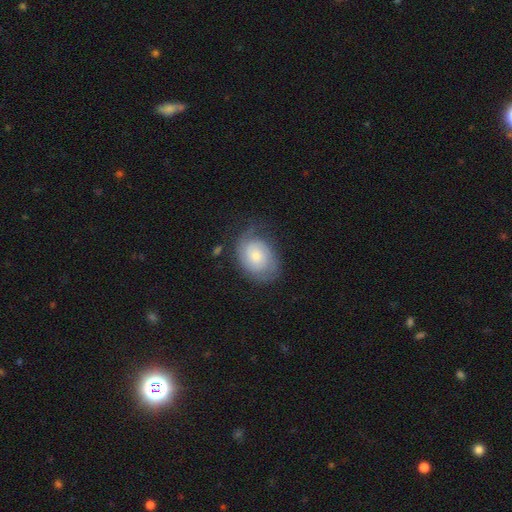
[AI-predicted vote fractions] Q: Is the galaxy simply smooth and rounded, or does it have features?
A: featured or disk — 57%.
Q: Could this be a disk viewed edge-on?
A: no — 97%.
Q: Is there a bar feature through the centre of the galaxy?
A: no — 77%.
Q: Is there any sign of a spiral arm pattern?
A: yes — 86%.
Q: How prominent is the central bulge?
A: small — 49%.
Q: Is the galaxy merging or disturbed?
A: none — 60%.